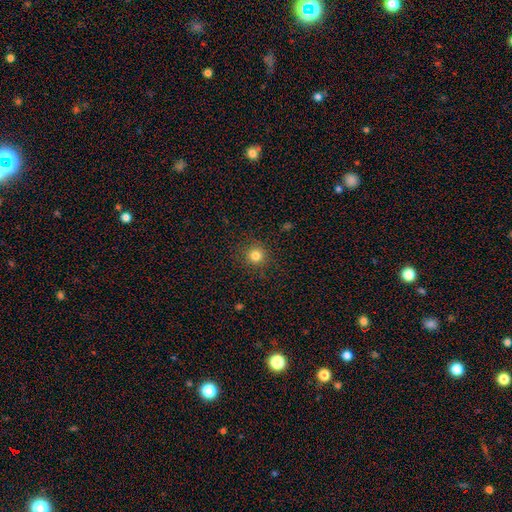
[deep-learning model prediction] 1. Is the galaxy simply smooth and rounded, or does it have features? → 81% smooth, 13% star or artifact, 6% featured or disk.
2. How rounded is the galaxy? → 94% round, 5% in between, 1% cigar-shaped.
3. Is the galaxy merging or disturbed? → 90% none, 7% minor disturbance, 3% major disturbance, 1% merger.